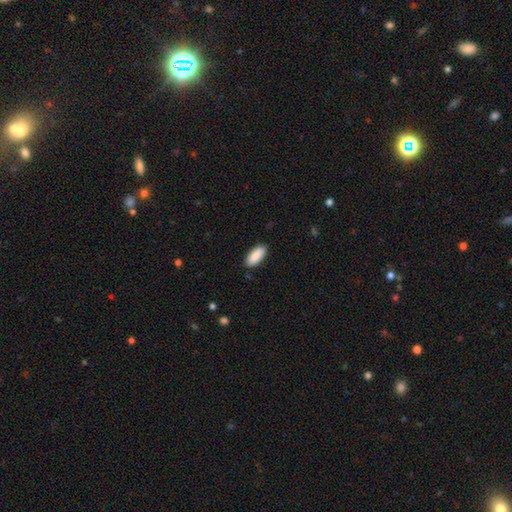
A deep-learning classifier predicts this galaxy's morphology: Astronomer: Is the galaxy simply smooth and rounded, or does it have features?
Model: smooth — 89%.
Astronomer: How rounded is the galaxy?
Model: in between — 85%.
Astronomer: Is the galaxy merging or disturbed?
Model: none — 88%.